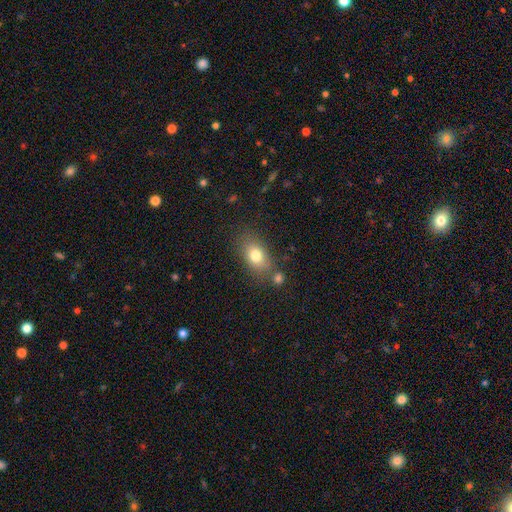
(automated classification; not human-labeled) Smooth or featured?
  - smooth: 78% *
  - featured or disk: 12%
  - star or artifact: 10%
How rounded?
  - in between: 81% *
  - round: 16%
  - cigar-shaped: 3%
Merging?
  - none: 71% *
  - minor disturbance: 15%
  - merger: 10%
  - major disturbance: 5%